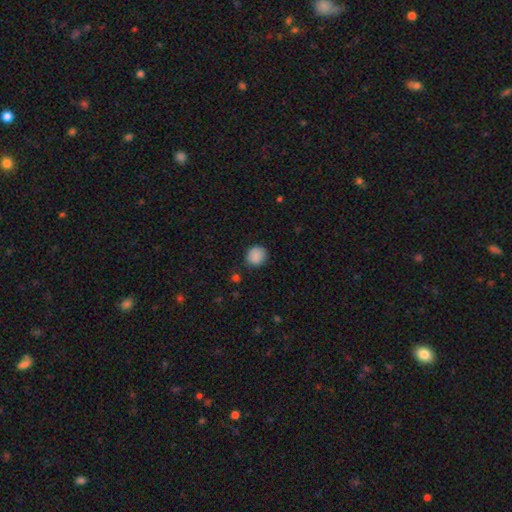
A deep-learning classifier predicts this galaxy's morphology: type=smooth (88%); roundness=round (80%); merging=none (82%).